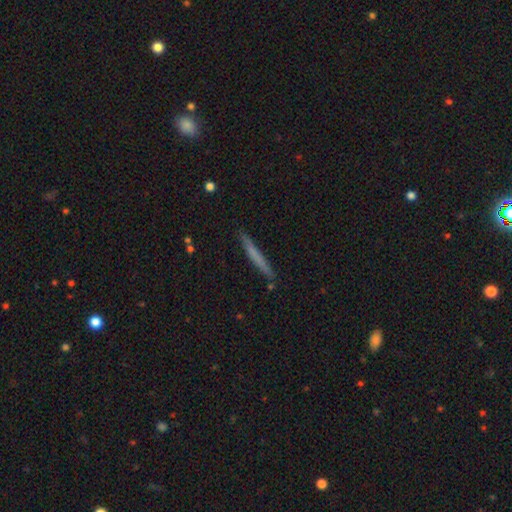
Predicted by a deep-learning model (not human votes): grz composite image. It shows a smooth galaxy with no disk features (59%) that is cigar-shaped (97%). Merging: none (88%).